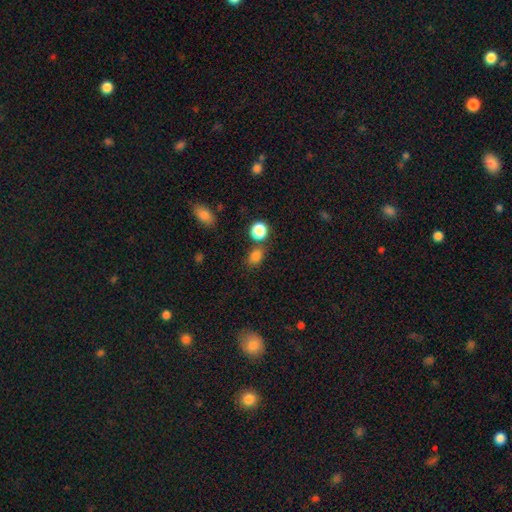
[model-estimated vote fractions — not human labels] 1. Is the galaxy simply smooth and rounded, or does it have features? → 80% smooth, 15% star or artifact, 5% featured or disk.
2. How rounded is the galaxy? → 56% in between, 42% round, 2% cigar-shaped.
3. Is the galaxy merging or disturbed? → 68% none, 15% merger, 13% minor disturbance, 4% major disturbance.